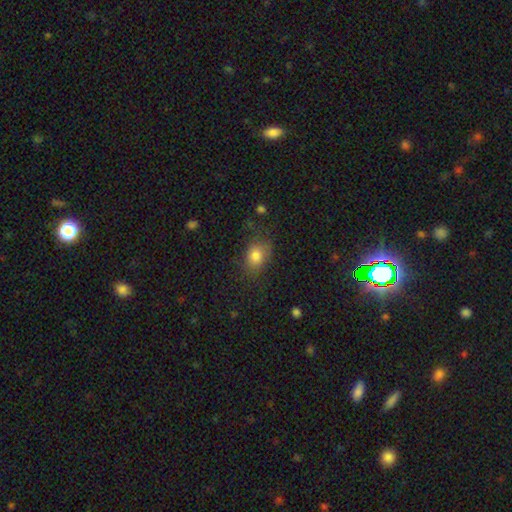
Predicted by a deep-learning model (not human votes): smooth 81%, star or artifact 10%, featured or disk 9%. Down the decision tree: how rounded — in between (65%); merging — none (70%).